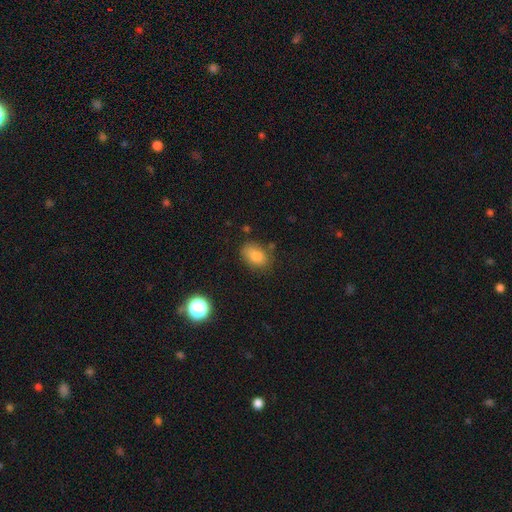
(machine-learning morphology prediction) A smooth galaxy with no disk features (82%) that is in between round and cigar-shaped (79%). Merging: none (75%).